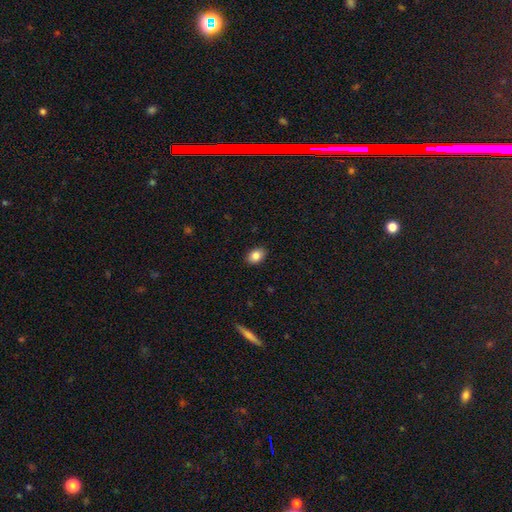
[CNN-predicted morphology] Smooth or featured: smooth — 86% (star or artifact — 8%)
How rounded: in between — 80% (round — 19%)
Merging: none — 89% (minor disturbance — 8%)